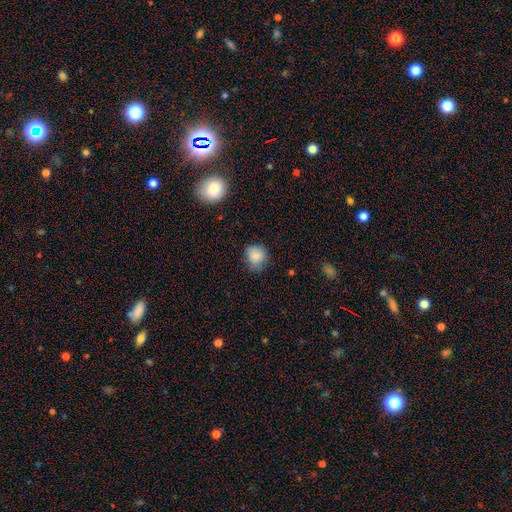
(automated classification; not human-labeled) Smooth or featured: smooth — 84% (star or artifact — 10%)
How rounded: round — 79% (in between — 20%)
Merging: none — 70% (minor disturbance — 24%)